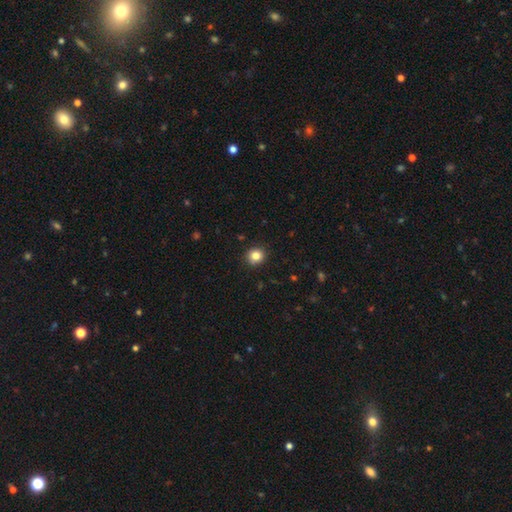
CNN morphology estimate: A smooth galaxy with no disk features (83%) that is round (90%).

Vote fractions:
- Smooth or featured? smooth: 83% / star or artifact: 11% / featured or disk: 6%
- How rounded? round: 90% / in between: 9% / cigar-shaped: 1%
- Merging? none: 92% / minor disturbance: 6% / major disturbance: 2% / merger: 1%